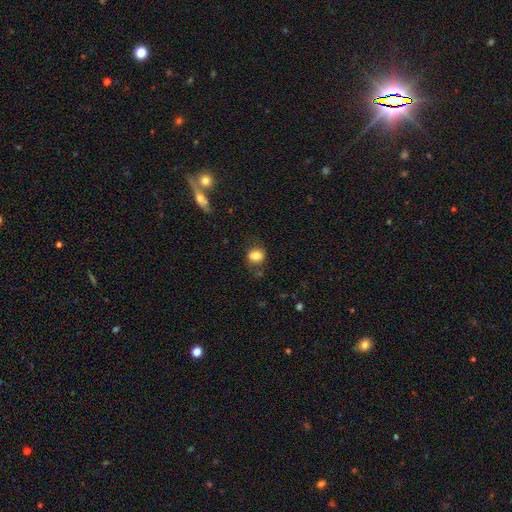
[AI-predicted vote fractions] smooth-or-featured: smooth: 83% | star or artifact: 10% | featured or disk: 7%
  how-rounded: round: 63% | in between: 36% | cigar-shaped: 1%
  merging: none: 77% | minor disturbance: 15% | major disturbance: 5% | merger: 3%